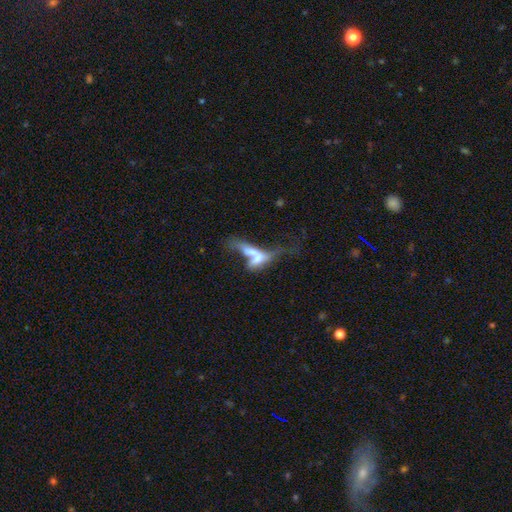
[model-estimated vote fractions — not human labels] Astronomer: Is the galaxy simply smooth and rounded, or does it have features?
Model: smooth — 50% (runner-up: featured or disk, 40%).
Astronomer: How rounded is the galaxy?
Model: in between — 50% (runner-up: cigar-shaped, 44%).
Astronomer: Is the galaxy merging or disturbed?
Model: merger — 68%.